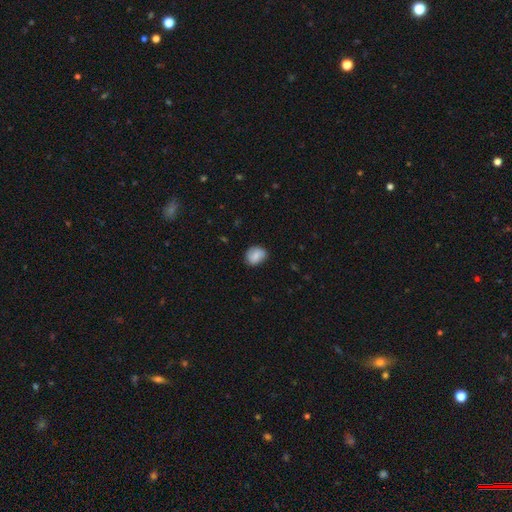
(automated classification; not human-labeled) smooth 74%, featured or disk 18%, star or artifact 8%. Down the decision tree: how rounded — round (60%); merging — none (76%).